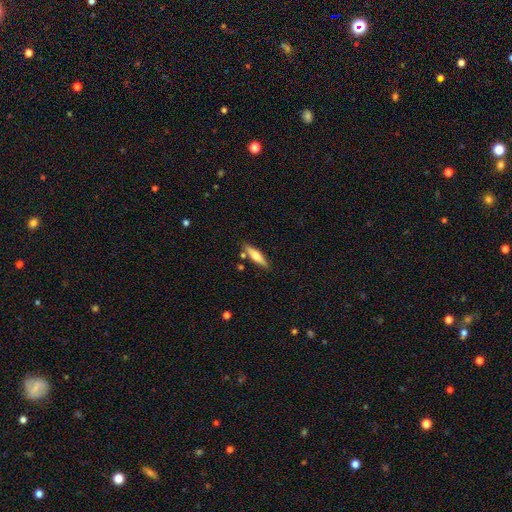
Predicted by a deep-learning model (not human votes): Smooth or featured? smooth (60%)
How rounded? cigar-shaped (71%)
Merging? none (81%)